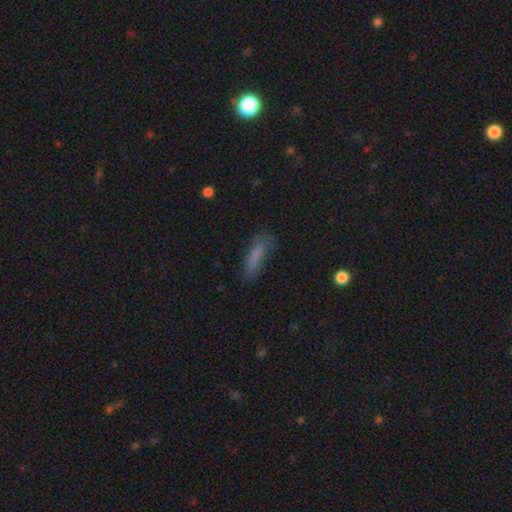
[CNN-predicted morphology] Smooth or featured? smooth (75%)
How rounded? cigar-shaped (55%)
Merging? none (64%)